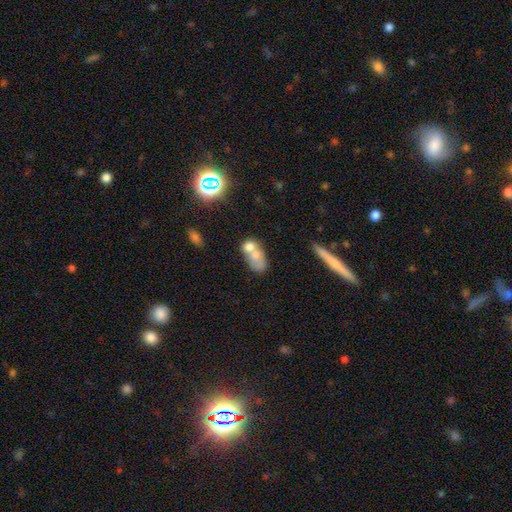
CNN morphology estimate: type=smooth (66%); roundness=in between (78%); merging=merger (62%).